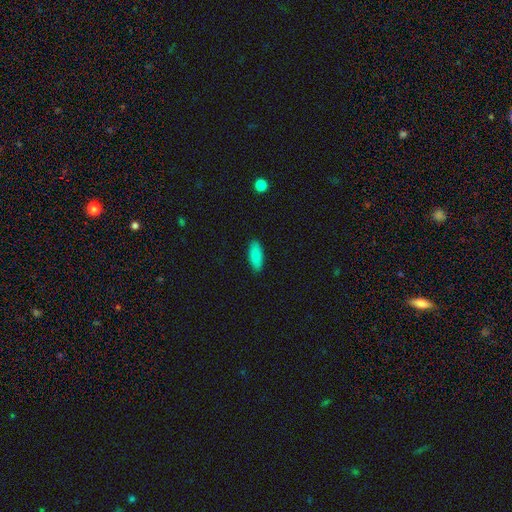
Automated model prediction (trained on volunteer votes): This appears to be a smooth galaxy with no disk features (87%) that is in between round and cigar-shaped (79%). Merging: none (89%).